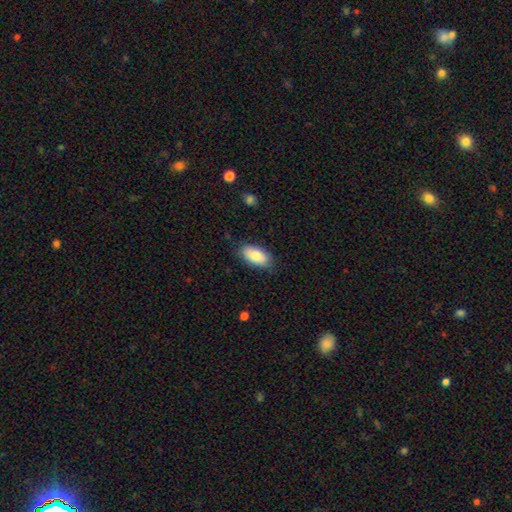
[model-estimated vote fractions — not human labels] This is clearly a smooth galaxy (84%). How rounded: clearly in between (93%). Merging: clearly none (81%).